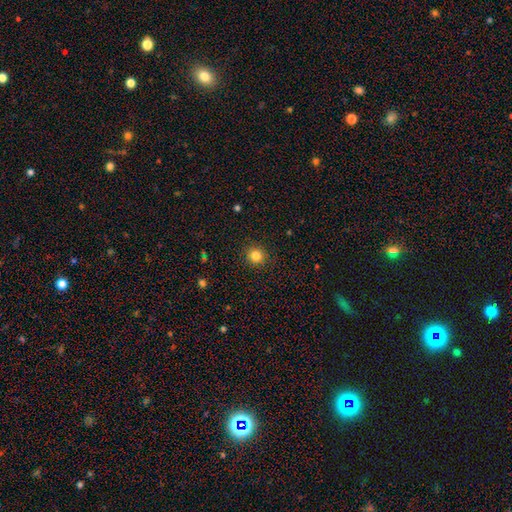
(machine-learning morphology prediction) Q: Smooth or featured?
A: smooth (83%); runner-up: star or artifact (12%)
Q: How rounded?
A: round (92%); runner-up: in between (7%)
Q: Merging?
A: none (91%); runner-up: minor disturbance (6%)